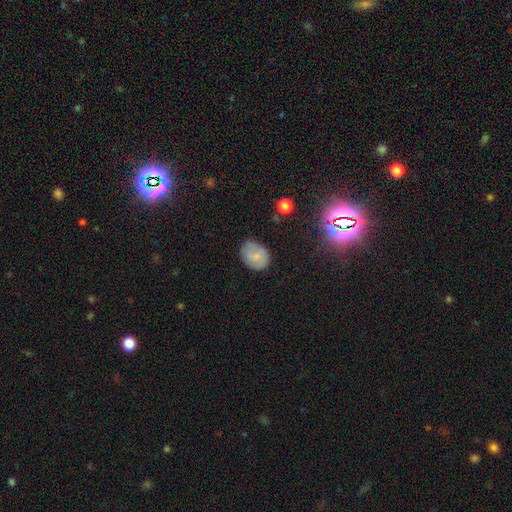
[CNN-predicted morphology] Smooth or featured?
  - smooth: 73% *
  - featured or disk: 18%
  - star or artifact: 9%
How rounded?
  - in between: 65% *
  - round: 34%
  - cigar-shaped: 1%
Merging?
  - none: 66% *
  - minor disturbance: 26%
  - major disturbance: 6%
  - merger: 2%